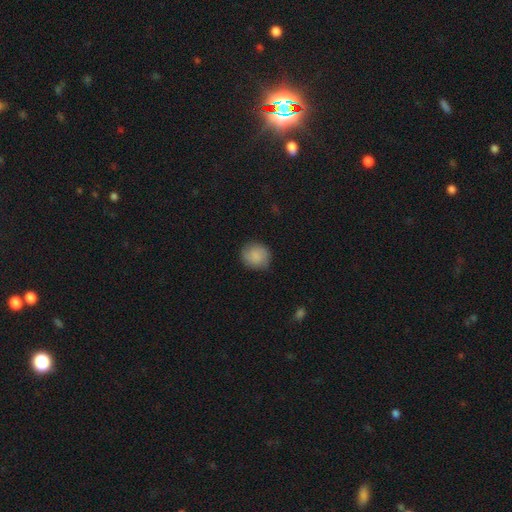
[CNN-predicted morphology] The model was most divided on "smooth or featured": smooth: 76%, featured or disk: 17%, star or artifact: 8%. More confident: how rounded — round (84%); merging — none (84%).